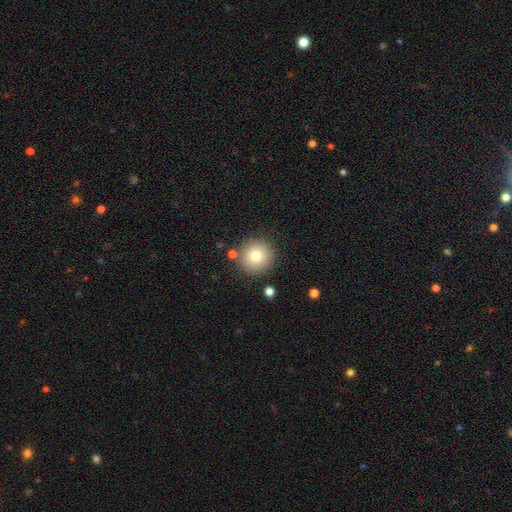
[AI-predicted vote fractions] Q: Smooth or featured?
A: smooth (78%); runner-up: featured or disk (12%)
Q: How rounded?
A: round (95%); runner-up: in between (4%)
Q: Merging?
A: none (86%); runner-up: minor disturbance (8%)